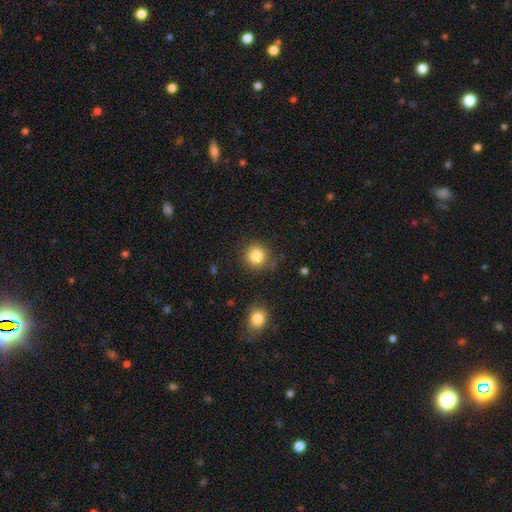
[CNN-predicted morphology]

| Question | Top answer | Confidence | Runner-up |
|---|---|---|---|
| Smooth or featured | smooth | 84% | star or artifact (10%) |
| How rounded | round | 93% | in between (6%) |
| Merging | none | 86% | minor disturbance (8%) |